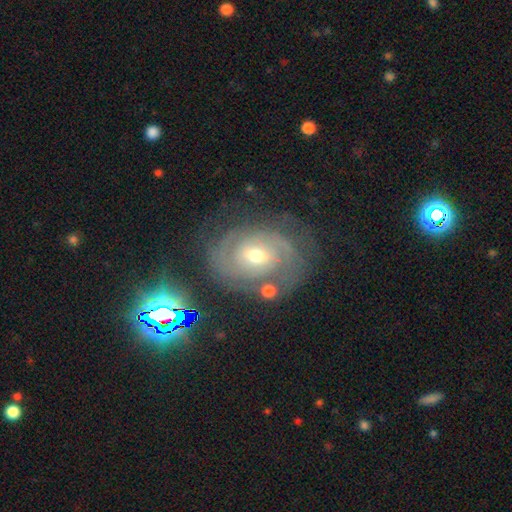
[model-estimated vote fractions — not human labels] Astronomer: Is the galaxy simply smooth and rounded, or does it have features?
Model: featured or disk — 81%.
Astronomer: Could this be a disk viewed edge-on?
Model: no — 97%.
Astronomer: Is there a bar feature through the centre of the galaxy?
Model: no — 54% (runner-up: weak, 37%).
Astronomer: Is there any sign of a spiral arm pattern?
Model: yes — 94%.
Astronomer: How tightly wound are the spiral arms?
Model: tight — 66%.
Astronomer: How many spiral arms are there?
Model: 2 — 54%.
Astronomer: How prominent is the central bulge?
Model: moderate — 58% (runner-up: small, 37%).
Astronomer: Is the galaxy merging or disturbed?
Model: none — 72%.